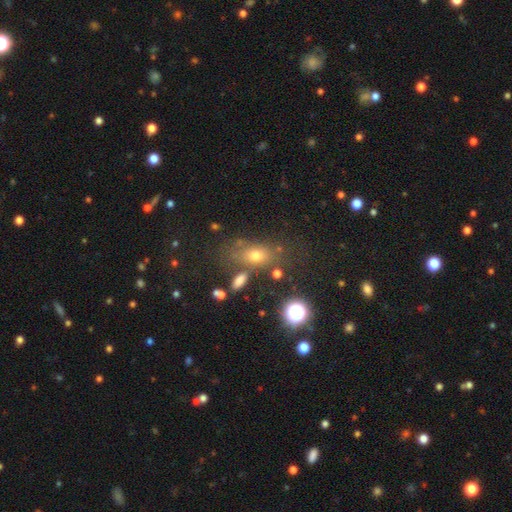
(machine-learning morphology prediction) The model was most divided on "smooth or featured": smooth: 66%, star or artifact: 18%, featured or disk: 16%. More confident: how rounded — in between (71%); merging — none (64%).